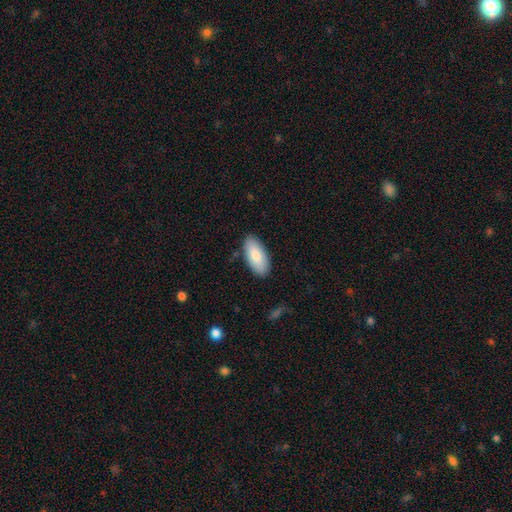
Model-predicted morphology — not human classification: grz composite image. It shows a smooth galaxy with no disk features (83%) that is in between round and cigar-shaped (92%). Merging: none (86%).